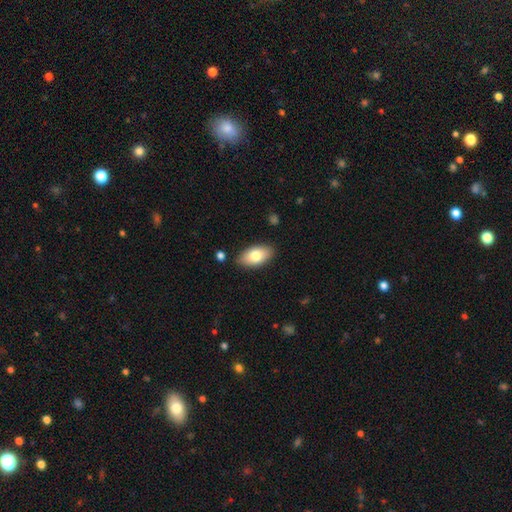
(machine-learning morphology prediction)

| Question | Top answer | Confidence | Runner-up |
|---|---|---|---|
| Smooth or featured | smooth | 77% | featured or disk (17%) |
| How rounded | in between | 93% | round (4%) |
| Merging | none | 86% | minor disturbance (10%) |